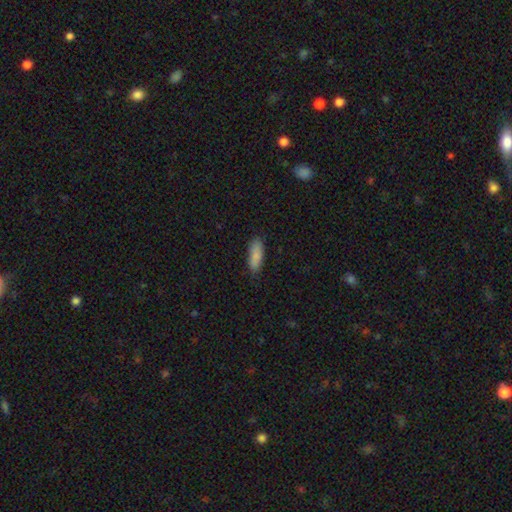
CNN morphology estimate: Smooth or featured? smooth (87%)
How rounded? in between (62%)
Merging? none (83%)